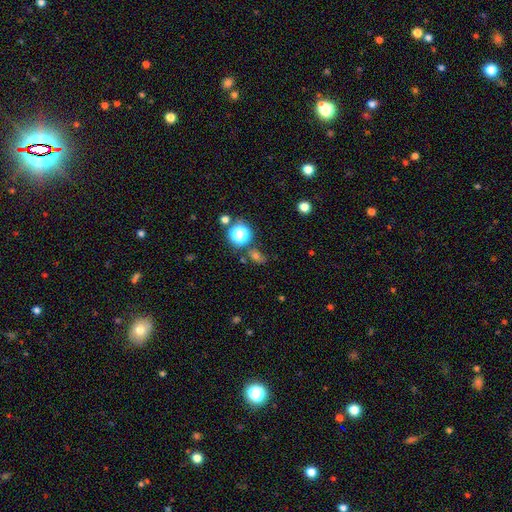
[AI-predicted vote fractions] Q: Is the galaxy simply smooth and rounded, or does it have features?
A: smooth — 57%.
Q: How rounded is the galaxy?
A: in between — 52%.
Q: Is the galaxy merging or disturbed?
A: none — 68%.